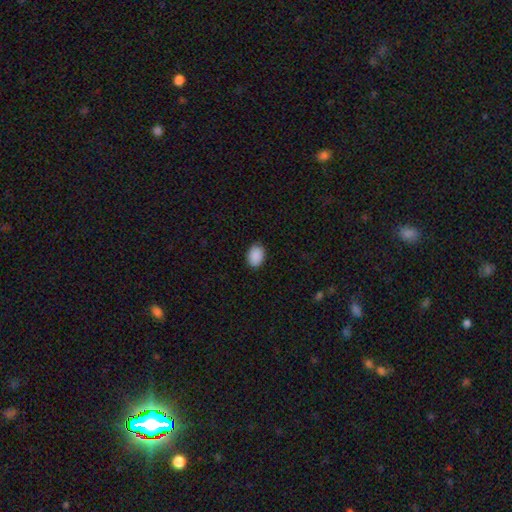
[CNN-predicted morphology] smooth-or-featured: smooth: 90% | star or artifact: 7% | featured or disk: 2%
  how-rounded: in between: 80% | round: 19% | cigar-shaped: 1%
  merging: none: 86% | minor disturbance: 11% | major disturbance: 2% | merger: 1%